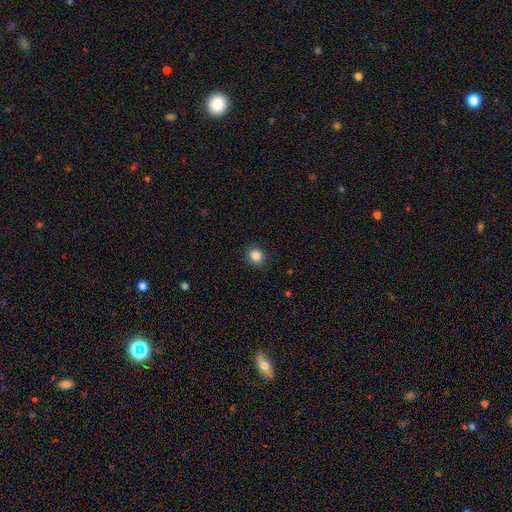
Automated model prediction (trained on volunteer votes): The model was most divided on "how rounded": round: 71%, in between: 28%, cigar-shaped: 1%. More confident: merging — none (89%); smooth or featured — smooth (86%).